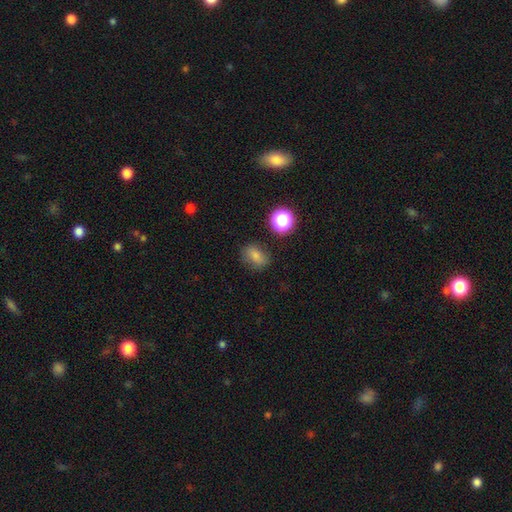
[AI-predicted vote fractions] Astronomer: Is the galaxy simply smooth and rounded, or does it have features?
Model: smooth — 77%.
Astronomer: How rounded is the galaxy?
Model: in between — 69%.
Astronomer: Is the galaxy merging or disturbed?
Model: none — 76%.